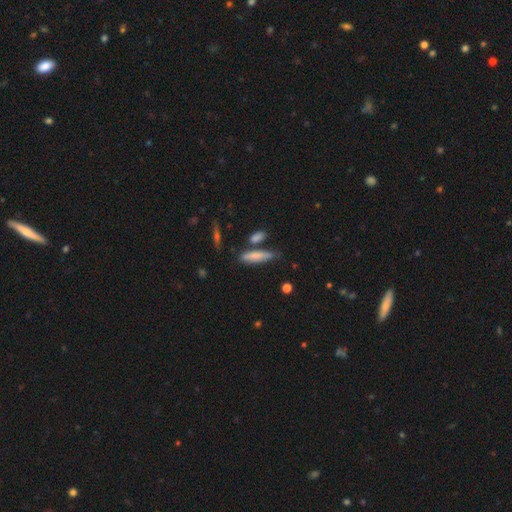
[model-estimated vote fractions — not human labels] A smooth galaxy with no disk features (75%) that is cigar-shaped (72%). Merging: none (65%).